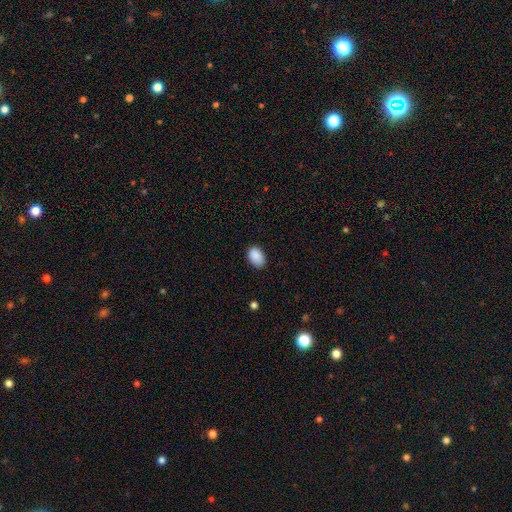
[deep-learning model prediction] smooth_or_featured: smooth (p=0.89) [alt: star or artifact p=0.08]
how_rounded: in between (p=0.85) [alt: round p=0.14]
merging: none (p=0.76) [alt: minor disturbance p=0.19]